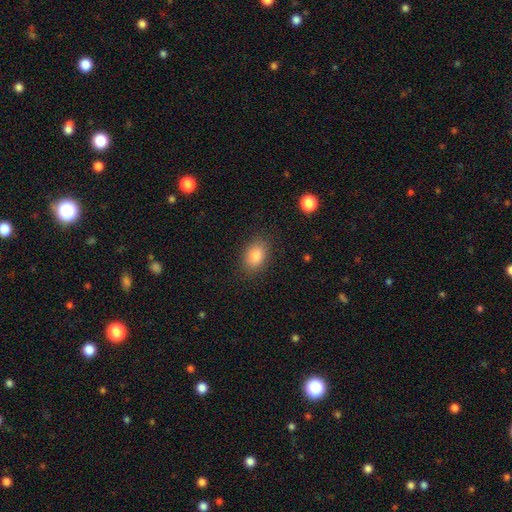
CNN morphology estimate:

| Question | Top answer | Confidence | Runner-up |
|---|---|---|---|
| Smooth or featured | smooth | 84% | star or artifact (9%) |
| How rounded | in between | 77% | round (21%) |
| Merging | none | 86% | minor disturbance (10%) |